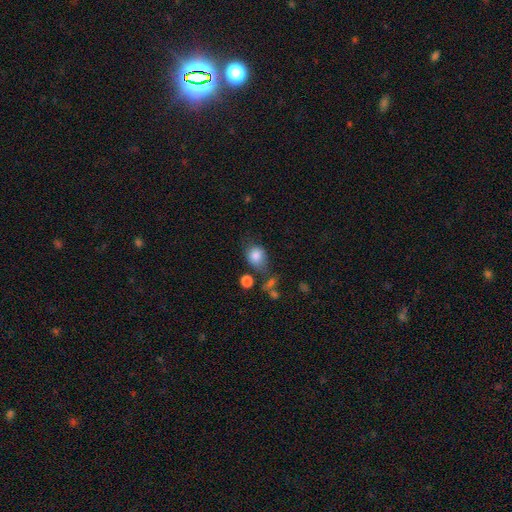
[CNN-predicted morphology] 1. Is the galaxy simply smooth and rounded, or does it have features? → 84% smooth, 9% star or artifact, 7% featured or disk.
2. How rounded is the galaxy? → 50% round, 49% in between, 1% cigar-shaped.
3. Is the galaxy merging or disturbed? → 50% none, 27% minor disturbance, 13% major disturbance, 10% merger.